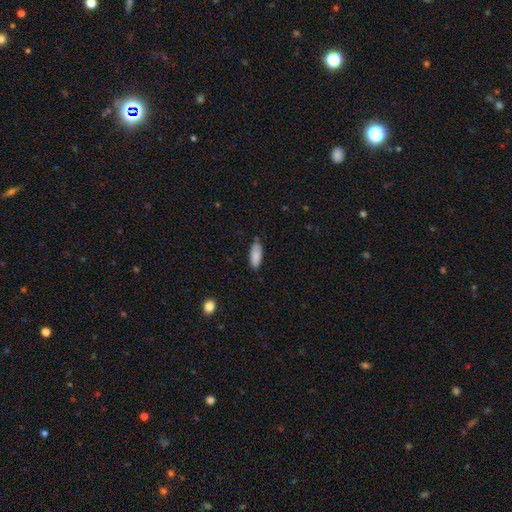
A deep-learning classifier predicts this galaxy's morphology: A smooth galaxy with no disk features (87%) that is in between round and cigar-shaped (79%). Merging: none (76%).